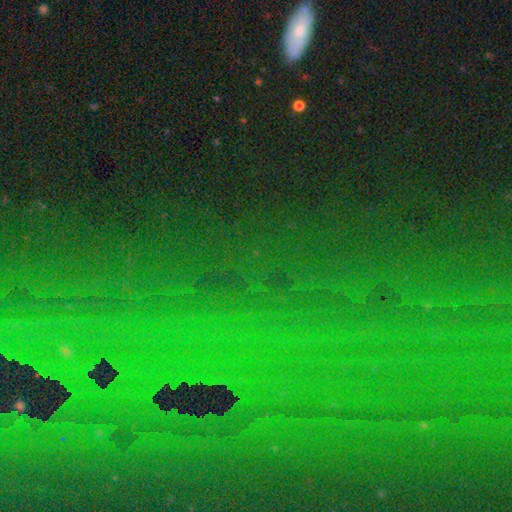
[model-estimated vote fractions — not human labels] smooth_or_featured: star or artifact (p=0.76) [alt: smooth p=0.13]